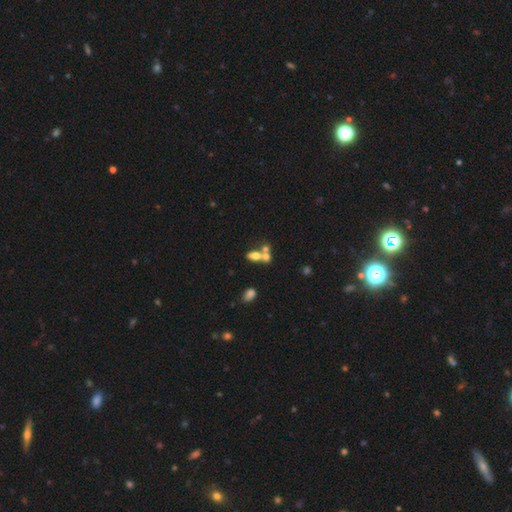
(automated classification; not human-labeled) A smooth galaxy with no disk features (61%) that is in between round and cigar-shaped (71%). Merging: merger (61%).